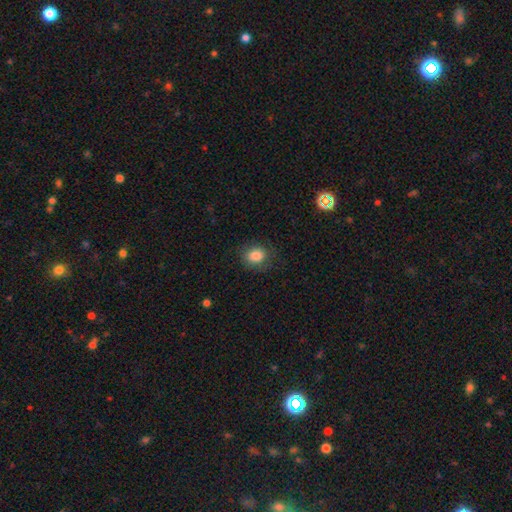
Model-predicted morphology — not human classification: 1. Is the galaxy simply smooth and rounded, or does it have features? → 84% smooth, 10% star or artifact, 6% featured or disk.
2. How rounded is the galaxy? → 62% round, 38% in between, 1% cigar-shaped.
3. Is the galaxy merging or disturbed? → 81% none, 14% minor disturbance, 5% major disturbance, 1% merger.